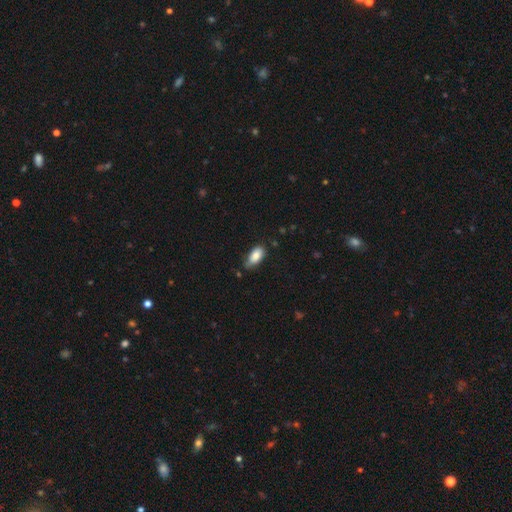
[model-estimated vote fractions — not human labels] Overall: smooth (84%). How rounded: in between (91%). Merging: none (64%; minor disturbance 29%).